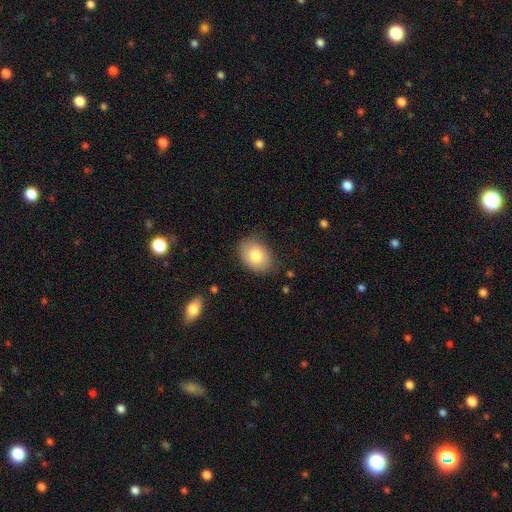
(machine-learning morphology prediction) Smooth or featured?
  - smooth: 82% *
  - featured or disk: 11%
  - star or artifact: 7%
How rounded?
  - in between: 75% *
  - round: 24%
  - cigar-shaped: 1%
Merging?
  - none: 80% *
  - minor disturbance: 15%
  - major disturbance: 3%
  - merger: 1%